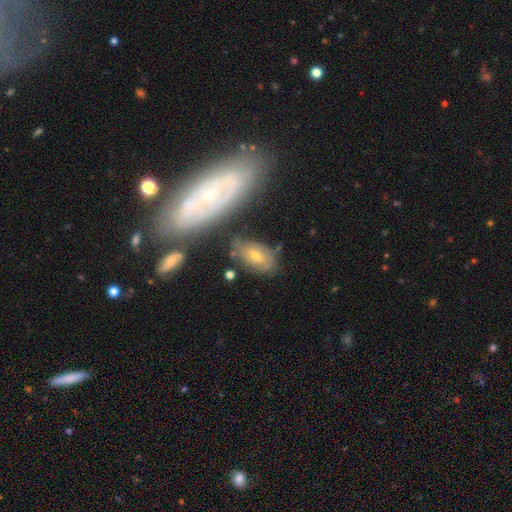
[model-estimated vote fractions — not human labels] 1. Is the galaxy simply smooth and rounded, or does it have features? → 48% smooth, 43% featured or disk, 9% star or artifact.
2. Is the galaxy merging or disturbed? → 65% none, 20% minor disturbance, 7% major disturbance, 7% merger.